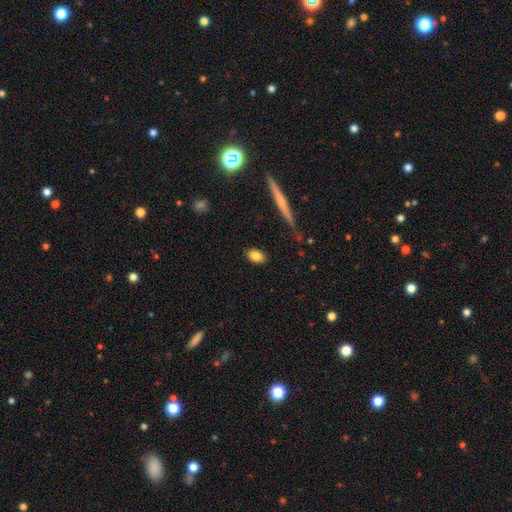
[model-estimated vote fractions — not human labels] This is clearly a smooth galaxy (83%). How rounded: clearly in between (85%). Merging: clearly none (87%).